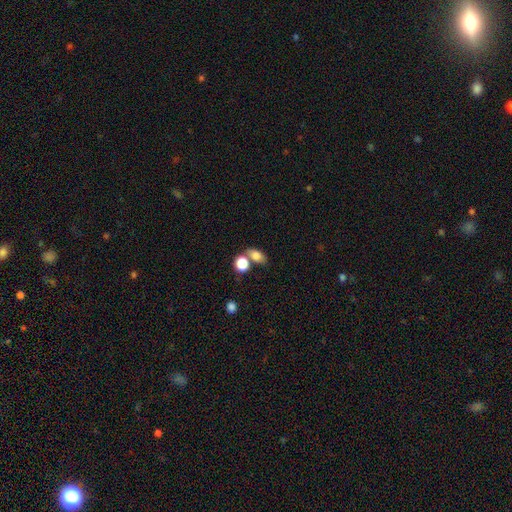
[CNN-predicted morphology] smooth_or_featured: smooth (p=0.79) [alt: star or artifact p=0.11]
how_rounded: in between (p=0.74) [alt: round p=0.23]
merging: none (p=0.51) [alt: merger p=0.32]